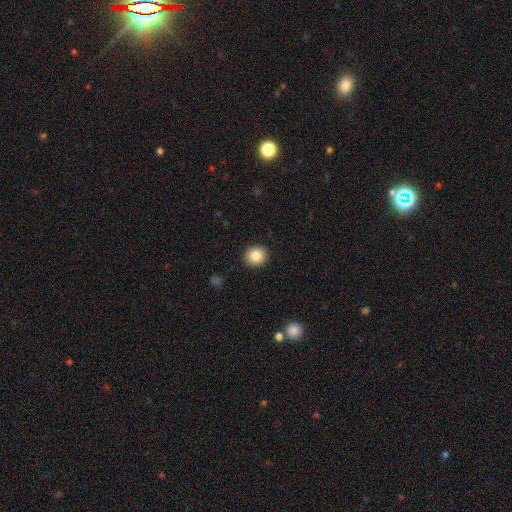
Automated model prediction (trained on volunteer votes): A smooth galaxy with no disk features (84%) that is round (87%). Merging: none (92%).